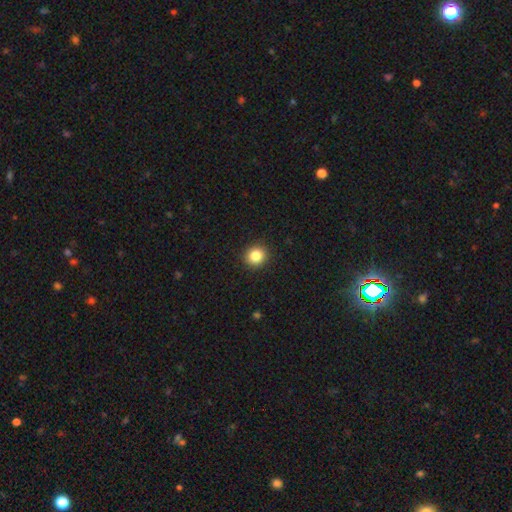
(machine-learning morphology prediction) Smooth or featured?
  - smooth: 84% *
  - star or artifact: 11%
  - featured or disk: 5%
How rounded?
  - round: 88% *
  - in between: 11%
  - cigar-shaped: 1%
Merging?
  - none: 92% *
  - minor disturbance: 6%
  - major disturbance: 2%
  - merger: 1%